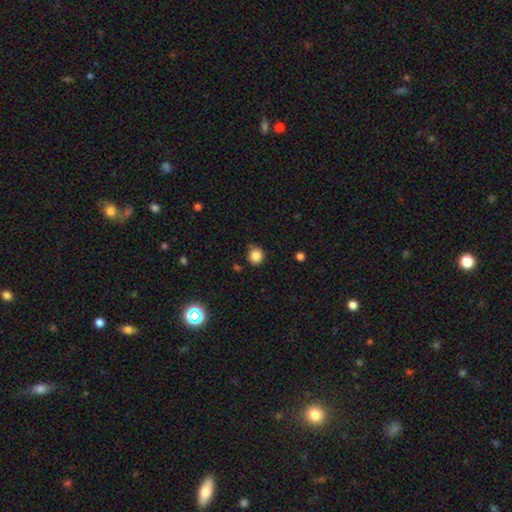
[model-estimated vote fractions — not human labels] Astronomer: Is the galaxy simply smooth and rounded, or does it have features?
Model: smooth — 84%.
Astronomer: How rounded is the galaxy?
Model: round — 91%.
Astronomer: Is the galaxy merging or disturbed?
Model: none — 77%.